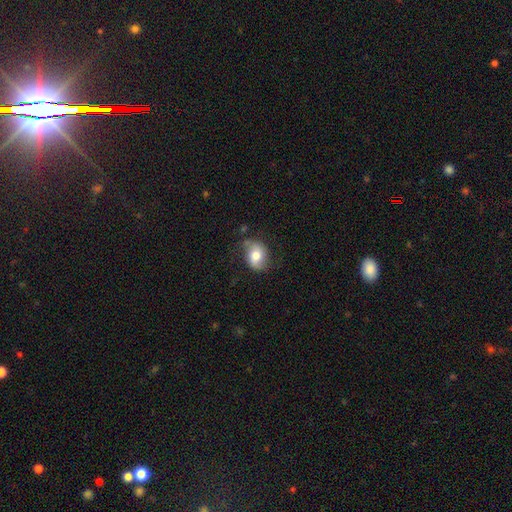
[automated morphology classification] This appears to be a smooth galaxy with no disk features (53%) that is in between round and cigar-shaped (62%). Merging: none (67%).